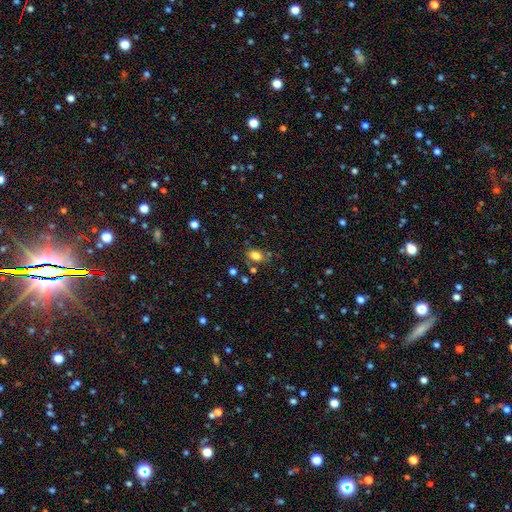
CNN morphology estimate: smooth 80%, star or artifact 12%, featured or disk 8%. Down the decision tree: how rounded — in between (76%); merging — none (71%).